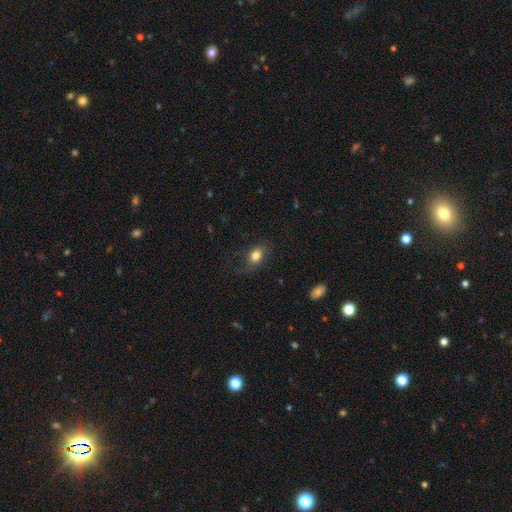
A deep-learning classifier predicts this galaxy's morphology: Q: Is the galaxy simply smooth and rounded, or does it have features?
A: smooth — 80%.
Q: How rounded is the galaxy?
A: in between — 74%.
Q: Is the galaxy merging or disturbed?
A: none — 69%.